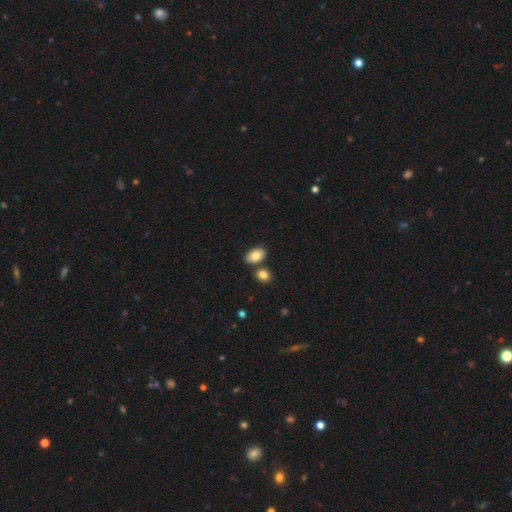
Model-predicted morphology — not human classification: A smooth galaxy with no disk features (81%) that is in between round and cigar-shaped (90%). Merging: none (72%).